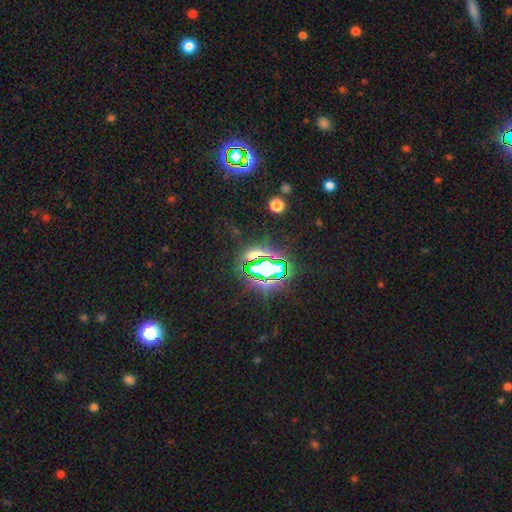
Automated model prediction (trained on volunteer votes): Q: Smooth or featured?
A: star or artifact (74%); runner-up: smooth (16%)